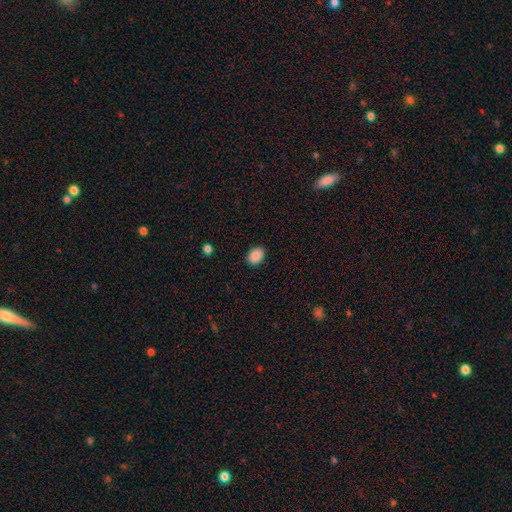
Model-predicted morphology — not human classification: smooth_or_featured: smooth (p=0.89) [alt: star or artifact p=0.08]
how_rounded: in between (p=0.69) [alt: round p=0.30]
merging: none (p=0.89) [alt: minor disturbance p=0.08]